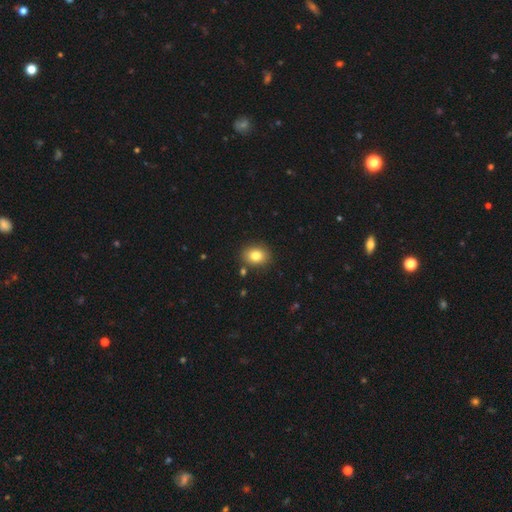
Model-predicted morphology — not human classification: smooth_or_featured: smooth (p=0.82) [alt: star or artifact p=0.10]
how_rounded: in between (p=0.52) [alt: round p=0.47]
merging: none (p=0.86) [alt: minor disturbance p=0.08]